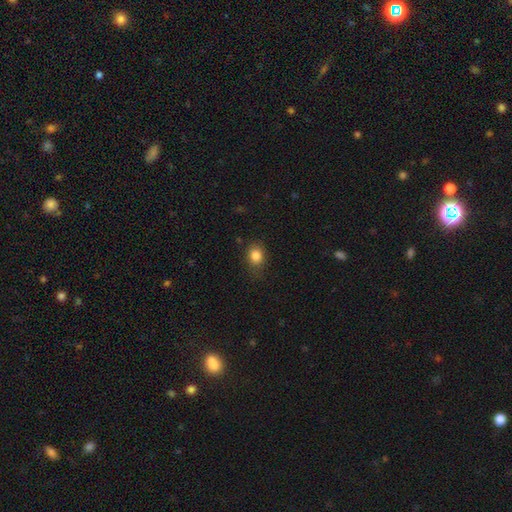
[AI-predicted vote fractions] A smooth galaxy with no disk features (84%) that is in between round and cigar-shaped (51%).

Vote fractions:
- Smooth or featured? smooth: 84% / star or artifact: 10% / featured or disk: 6%
- How rounded? in between: 51% / round: 48% / cigar-shaped: 1%
- Merging? none: 77% / minor disturbance: 17% / major disturbance: 4% / merger: 1%